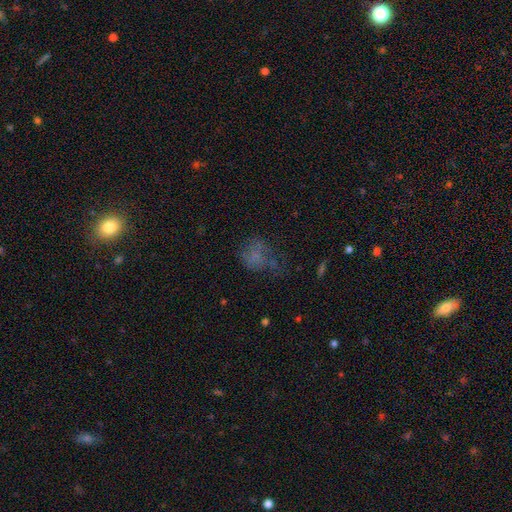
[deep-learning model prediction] Smooth or featured? Predicted: smooth (p=0.54). How rounded? Predicted: in between (p=0.52). Merging? Predicted: none (p=0.37).